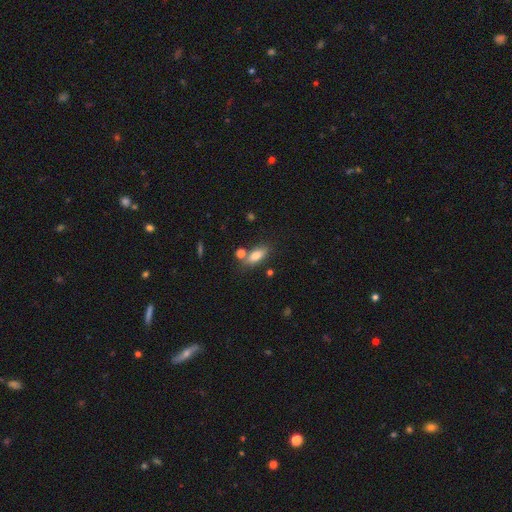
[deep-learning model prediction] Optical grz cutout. It shows a smooth galaxy with no disk features (77%) that is in between round and cigar-shaped (78%). Merging: none (68%).